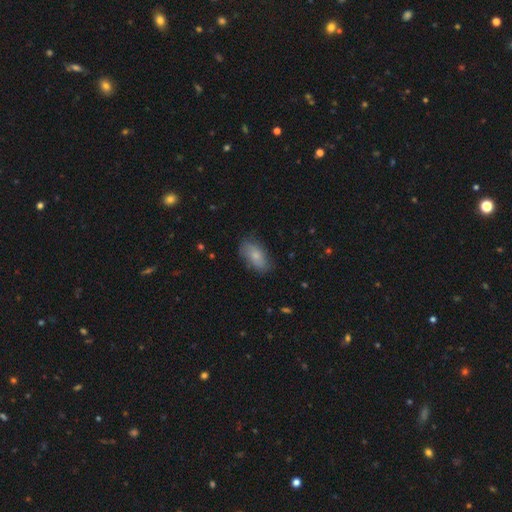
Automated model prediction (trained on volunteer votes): Smooth or featured: smooth — 72% (featured or disk — 21%)
How rounded: in between — 89% (cigar-shaped — 7%)
Merging: none — 74% (minor disturbance — 20%)